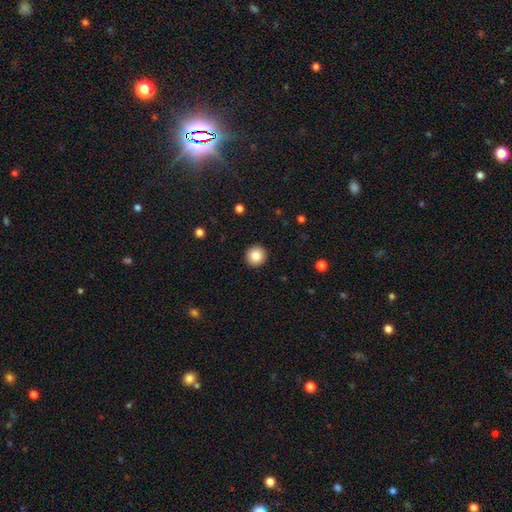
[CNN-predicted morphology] A smooth galaxy with no disk features (85%) that is round (94%). Merging: none (93%).